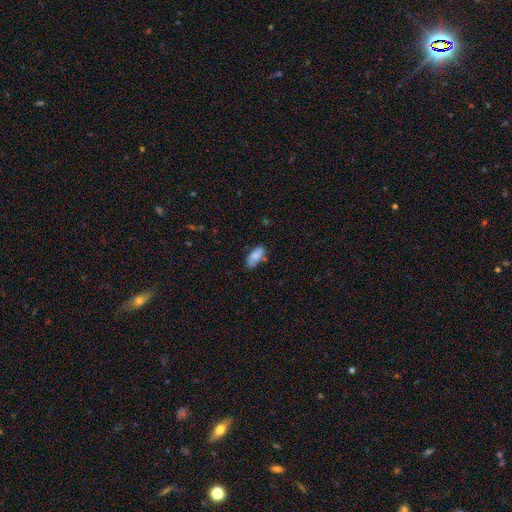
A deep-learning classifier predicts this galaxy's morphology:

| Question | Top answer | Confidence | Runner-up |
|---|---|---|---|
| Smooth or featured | smooth | 80% | featured or disk (13%) |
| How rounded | in between | 90% | cigar-shaped (8%) |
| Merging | none | 71% | minor disturbance (21%) |